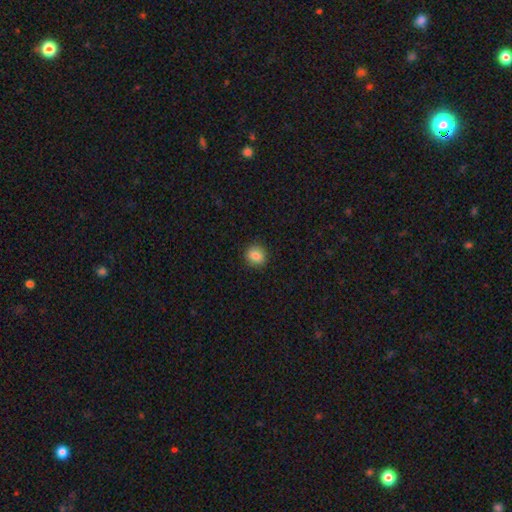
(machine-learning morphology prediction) Smooth or featured? Predicted: smooth (p=0.85). How rounded? Predicted: round (p=0.84). Merging? Predicted: none (p=0.91).